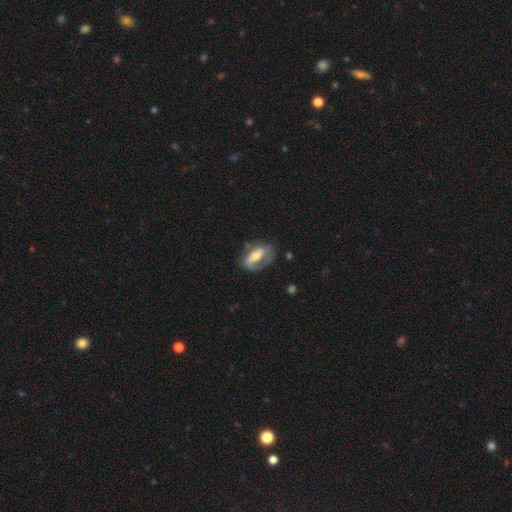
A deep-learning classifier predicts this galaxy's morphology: The model was most divided on "bar": strong: 39%, weak: 32%, no: 29%. More confident: edge-on disk — no (91%); spiral arms — yes (68%); smooth or featured — featured or disk (63%); bulge size — moderate (56%); merging — none (53%).